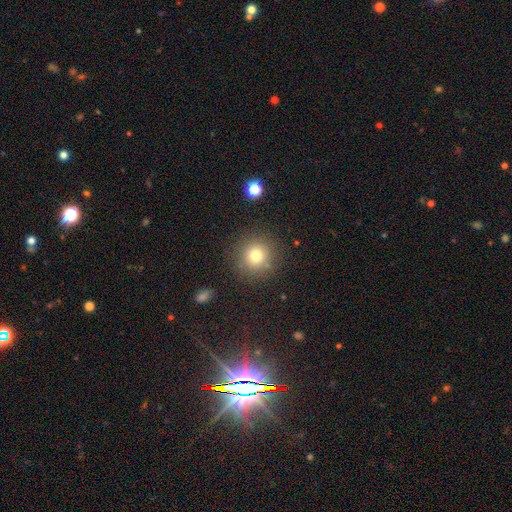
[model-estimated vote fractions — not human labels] Smooth or featured? Predicted: smooth (p=0.77). How rounded? Predicted: round (p=0.94). Merging? Predicted: none (p=0.87).